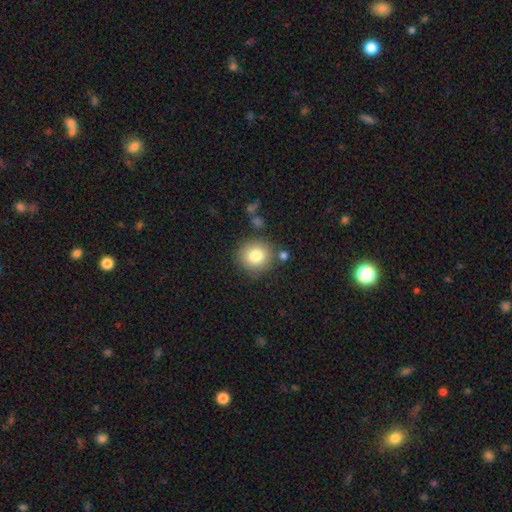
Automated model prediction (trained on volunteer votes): The model was most divided on "merging": none: 81%, minor disturbance: 10%, merger: 6%, major disturbance: 3%. More confident: how rounded — round (90%); smooth or featured — smooth (81%).